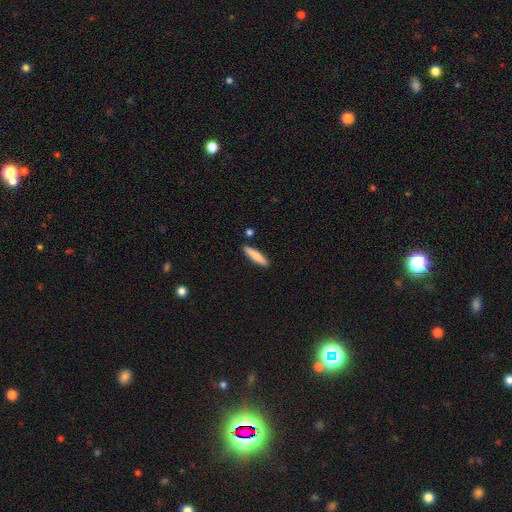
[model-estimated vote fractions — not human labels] A smooth galaxy with no disk features (82%) that is cigar-shaped (83%).

Vote fractions:
- Smooth or featured? smooth: 82% / featured or disk: 12% / star or artifact: 6%
- How rounded? cigar-shaped: 83% / in between: 15% / round: 1%
- Merging? none: 88% / minor disturbance: 8% / merger: 3% / major disturbance: 2%